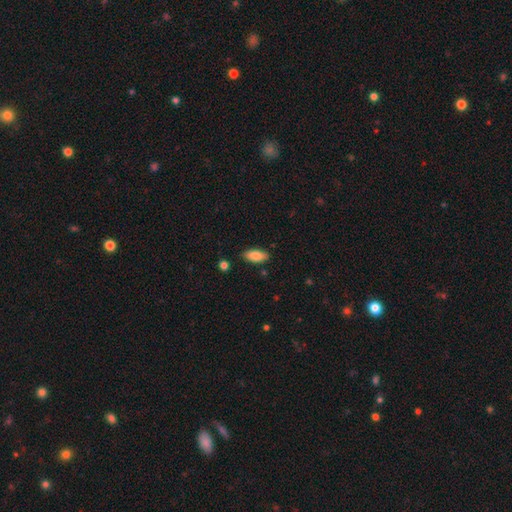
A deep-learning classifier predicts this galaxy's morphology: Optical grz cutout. It shows a smooth galaxy with no disk features (83%) that is in between round and cigar-shaped (87%). Merging: none (85%).